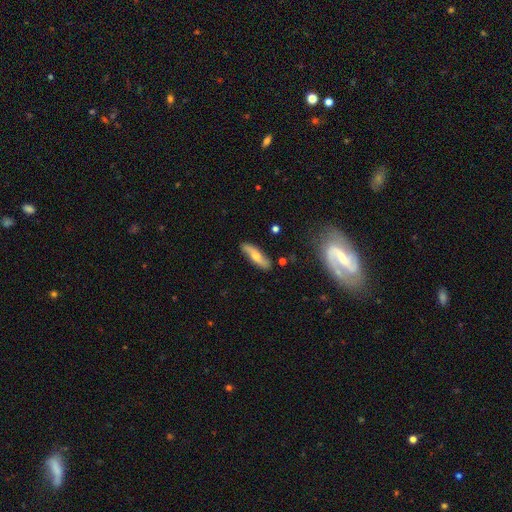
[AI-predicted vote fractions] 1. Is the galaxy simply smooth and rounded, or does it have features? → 50% featured or disk, 44% smooth, 7% star or artifact.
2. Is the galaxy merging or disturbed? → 82% none, 14% minor disturbance, 3% major disturbance, 2% merger.